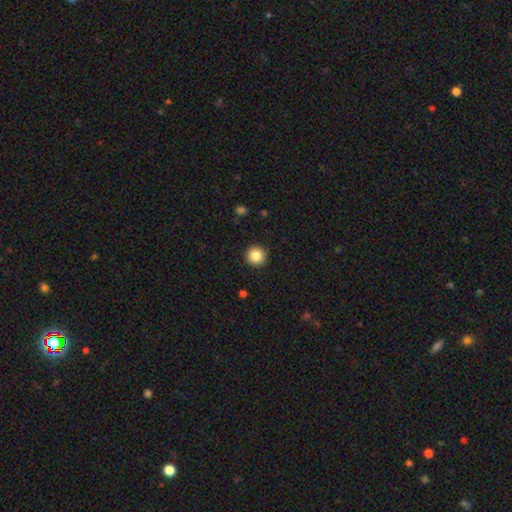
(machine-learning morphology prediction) Smooth or featured? Predicted: smooth (p=0.85). How rounded? Predicted: round (p=0.96). Merging? Predicted: none (p=0.93).